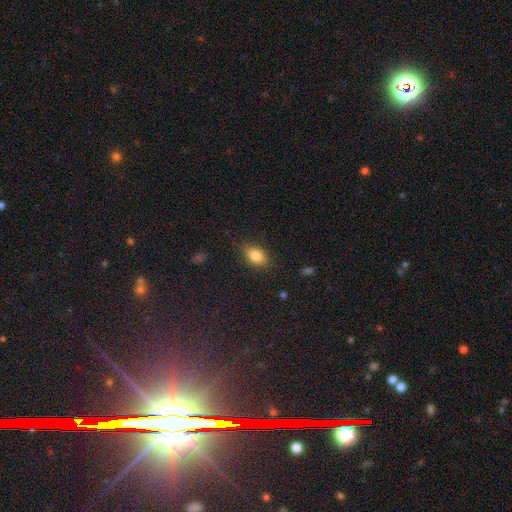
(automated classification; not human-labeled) A smooth galaxy with no disk features (81%) that is in between round and cigar-shaped (84%). Merging: none (82%).